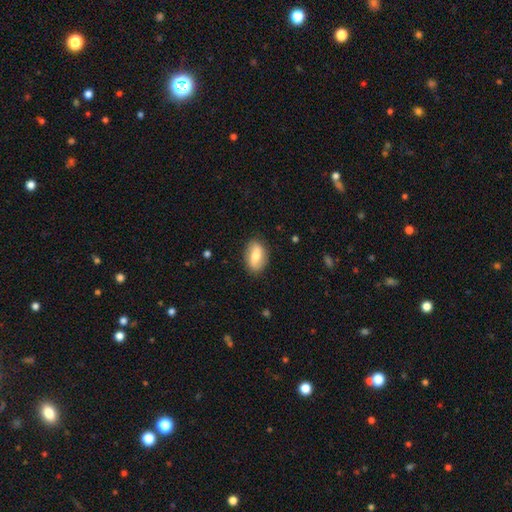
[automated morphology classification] This appears to be a smooth galaxy with no disk features (54%) that is in between round and cigar-shaped (89%). Merging: none (85%).